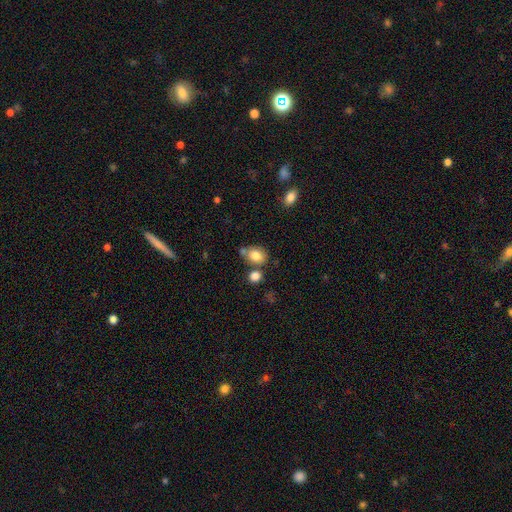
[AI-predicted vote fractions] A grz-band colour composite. It shows a smooth galaxy with no disk features (81%) that is in between round and cigar-shaped (63%). Merging: none (60%).